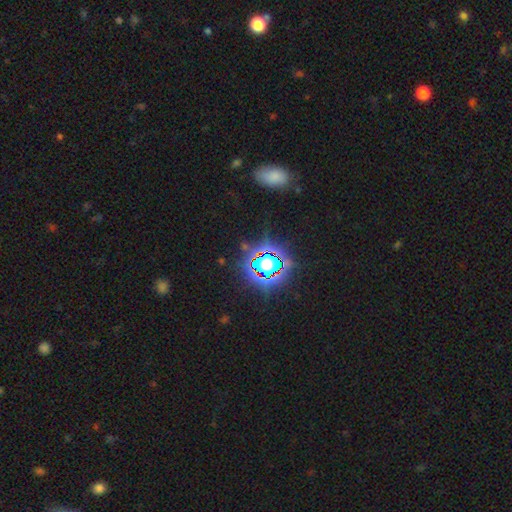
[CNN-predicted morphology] This is likely a star or artifact rather than a galaxy (74%).